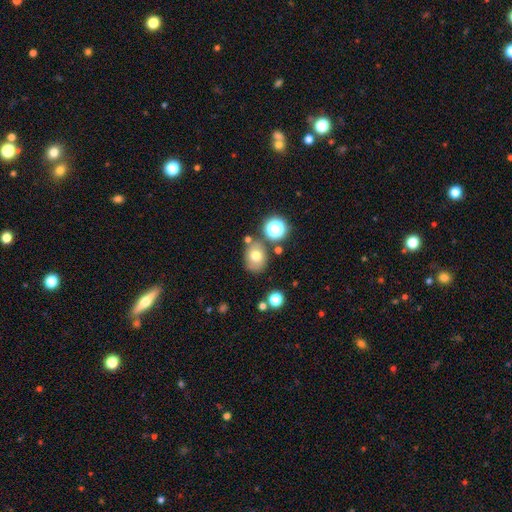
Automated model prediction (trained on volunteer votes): smooth_or_featured: smooth (p=0.69) [alt: featured or disk p=0.17]
how_rounded: round (p=0.50) [alt: in between p=0.49]
merging: none (p=0.69) [alt: minor disturbance p=0.15]